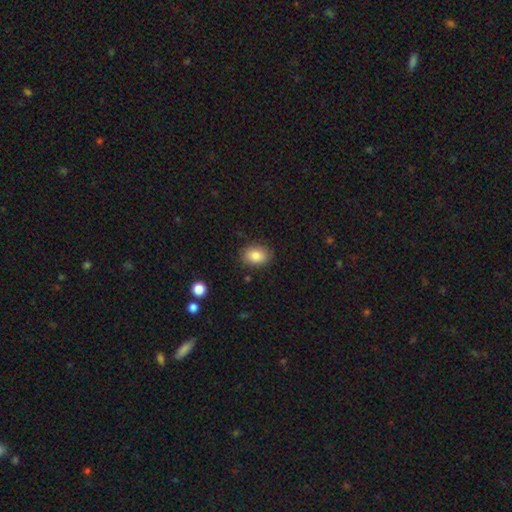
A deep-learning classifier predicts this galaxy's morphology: Smooth or featured? Predicted: smooth (p=0.84). How rounded? Predicted: in between (p=0.71). Merging? Predicted: none (p=0.85).